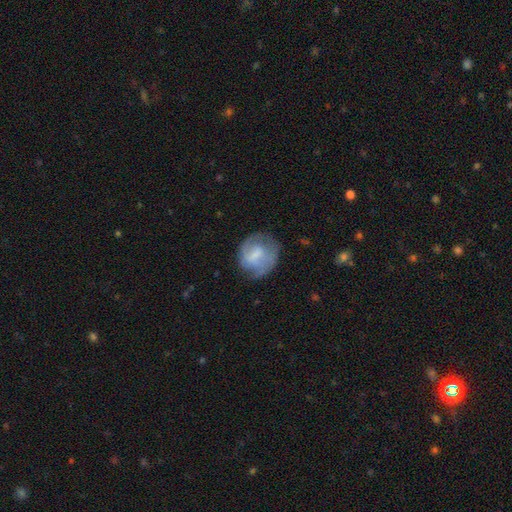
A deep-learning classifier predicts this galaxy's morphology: A smooth galaxy with no disk features (47%). Merging: none (57%).